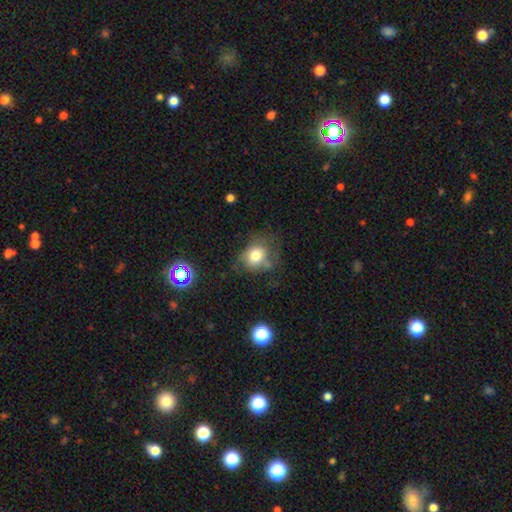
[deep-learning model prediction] Smooth or featured: smooth — 71% (featured or disk — 18%)
How rounded: round — 63% (in between — 36%)
Merging: none — 50% (minor disturbance — 27%)